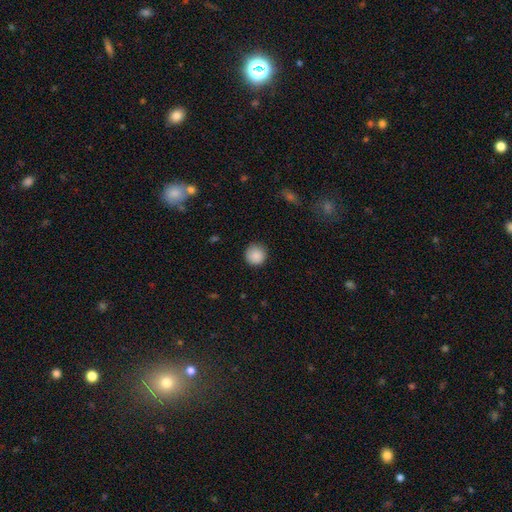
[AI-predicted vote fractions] Overall: smooth (88%). How rounded: round (95%). Merging: none (88%).